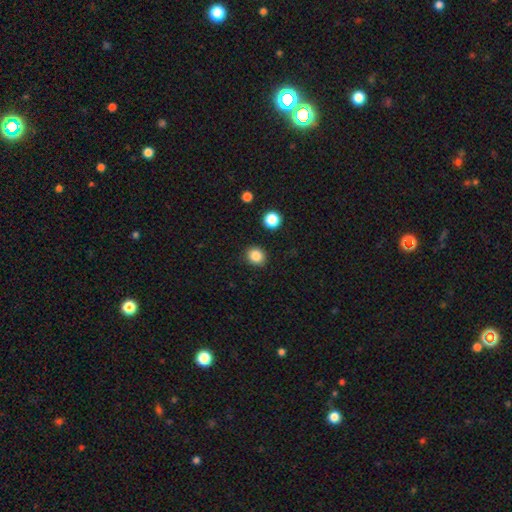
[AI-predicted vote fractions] Smooth or featured?
  - smooth: 85% *
  - star or artifact: 11%
  - featured or disk: 4%
How rounded?
  - round: 76% *
  - in between: 23%
  - cigar-shaped: 1%
Merging?
  - none: 89% *
  - minor disturbance: 7%
  - major disturbance: 2%
  - merger: 2%